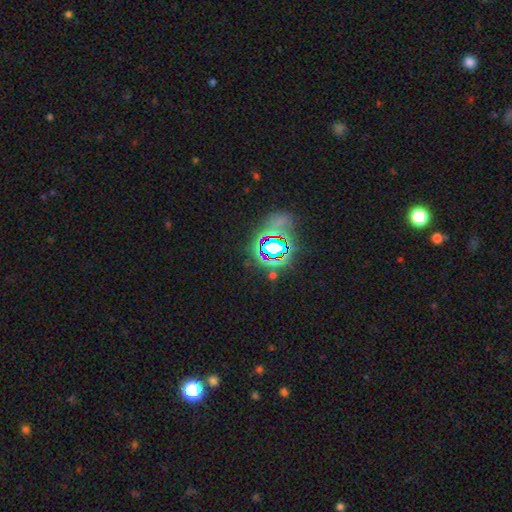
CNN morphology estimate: smooth_or_featured: star or artifact (p=0.59) [alt: smooth p=0.24]